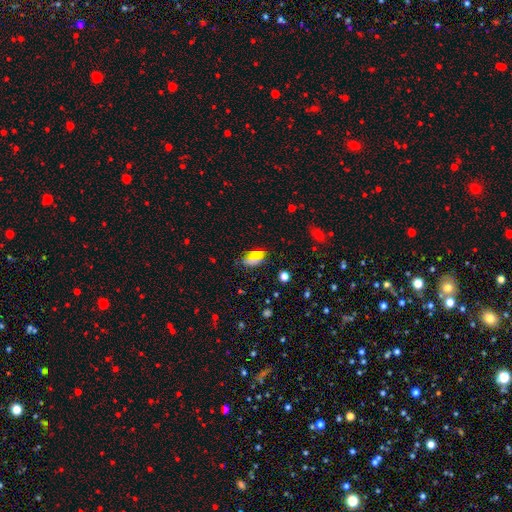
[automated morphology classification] smooth_or_featured: smooth (p=0.64) [alt: star or artifact p=0.24]
how_rounded: in between (p=0.86) [alt: round p=0.08]
merging: none (p=0.74) [alt: minor disturbance p=0.16]